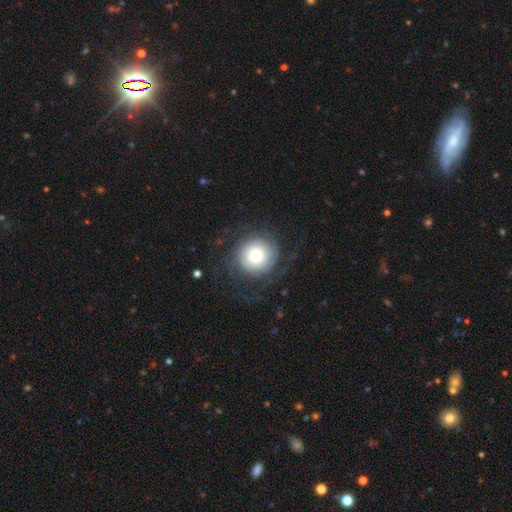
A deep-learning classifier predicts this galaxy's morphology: Overall: smooth (54%; featured or disk 38%). How rounded: round (93%). Merging: none (71%).